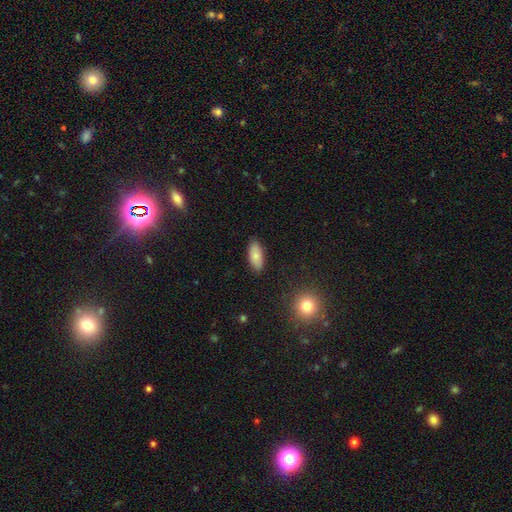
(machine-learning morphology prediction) Smooth or featured? smooth (82%)
How rounded? in between (88%)
Merging? none (88%)